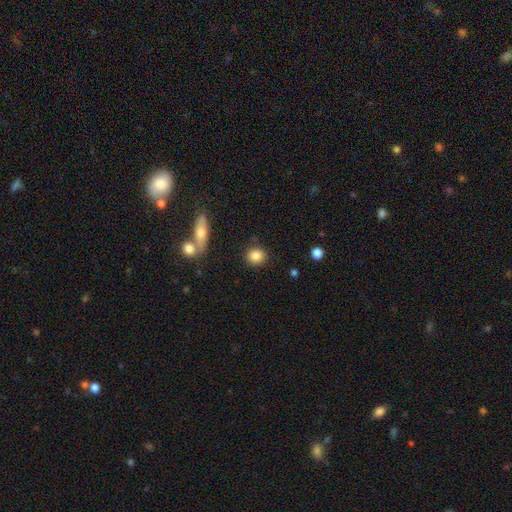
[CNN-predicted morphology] smooth 84%, star or artifact 9%, featured or disk 7%. Down the decision tree: how rounded — round (82%); merging — none (87%).